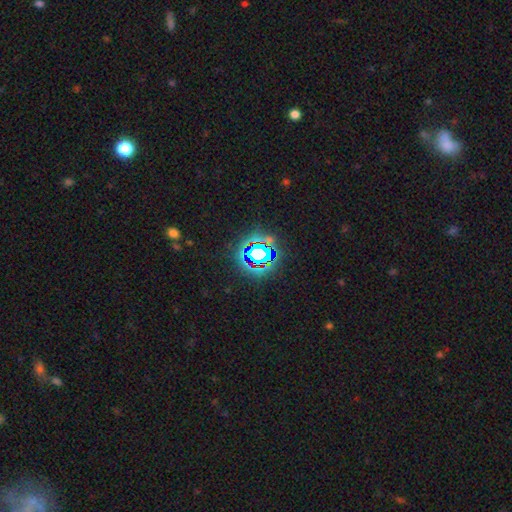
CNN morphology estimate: This is likely a star or artifact rather than a galaxy (71%).